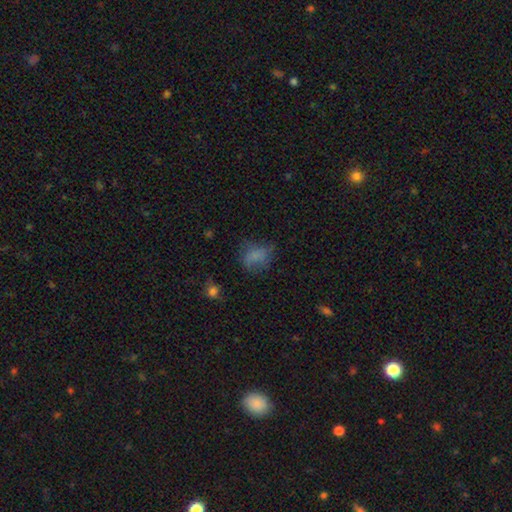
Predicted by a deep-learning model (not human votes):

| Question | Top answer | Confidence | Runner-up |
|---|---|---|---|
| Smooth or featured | smooth | 67% | featured or disk (18%) |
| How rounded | in between | 60% | round (37%) |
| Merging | none | 50% | minor disturbance (27%) |